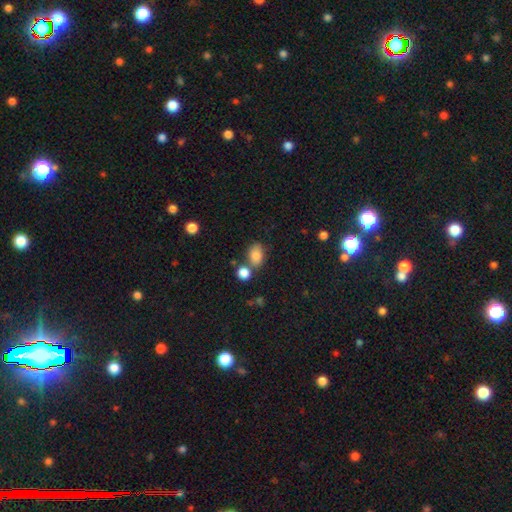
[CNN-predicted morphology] Smooth or featured? Predicted: smooth (p=0.83). How rounded? Predicted: in between (p=0.79). Merging? Predicted: none (p=0.57).